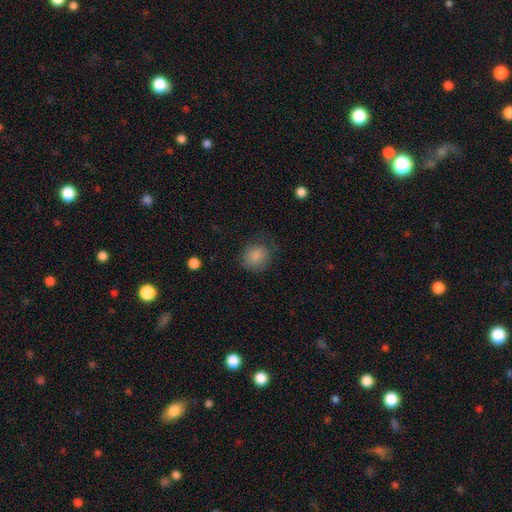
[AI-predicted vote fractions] smooth_or_featured: smooth (p=0.85) [alt: star or artifact p=0.09]
how_rounded: round (p=0.73) [alt: in between p=0.26]
merging: none (p=0.69) [alt: minor disturbance p=0.22]